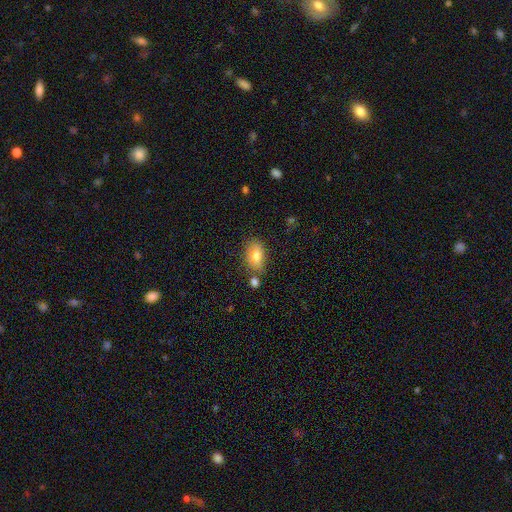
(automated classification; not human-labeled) This appears to be a smooth galaxy with no disk features (77%) that is in between round and cigar-shaped (87%). Merging: none (69%).